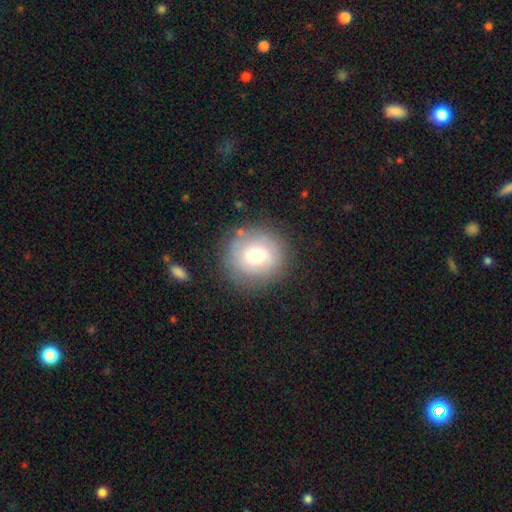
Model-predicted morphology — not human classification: This appears to be a smooth galaxy with no disk features (61%) that is round (85%). Merging: none (79%).